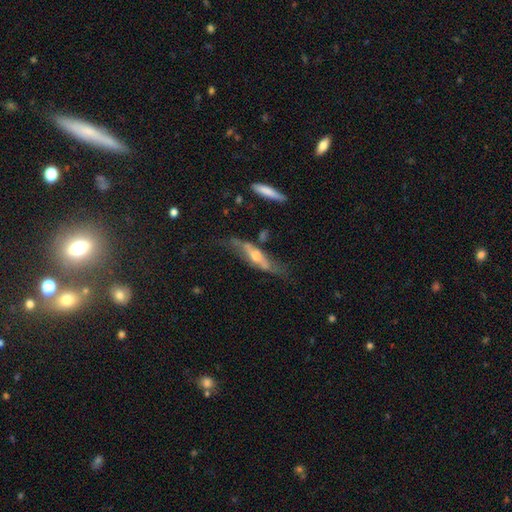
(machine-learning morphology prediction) Smooth or featured: featured or disk — 66% (smooth — 27%)
Edge-on disk: yes — 66% (no — 34%)
Merging: none — 50% (minor disturbance — 26%)